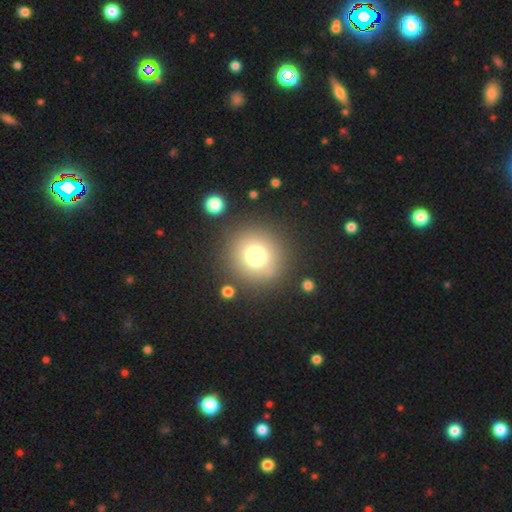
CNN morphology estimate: smooth-or-featured: smooth: 74% | star or artifact: 16% | featured or disk: 10%
  how-rounded: round: 92% | in between: 7% | cigar-shaped: 1%
  merging: none: 86% | minor disturbance: 7% | major disturbance: 4% | merger: 3%